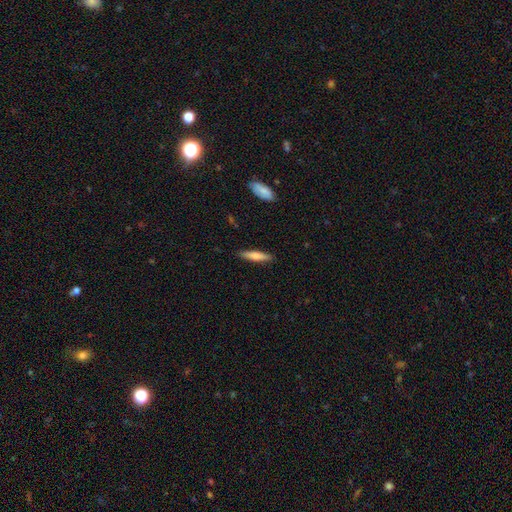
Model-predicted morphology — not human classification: This is likely a smooth galaxy (71%). How rounded: clearly cigar-shaped (83%). Merging: clearly none (89%).